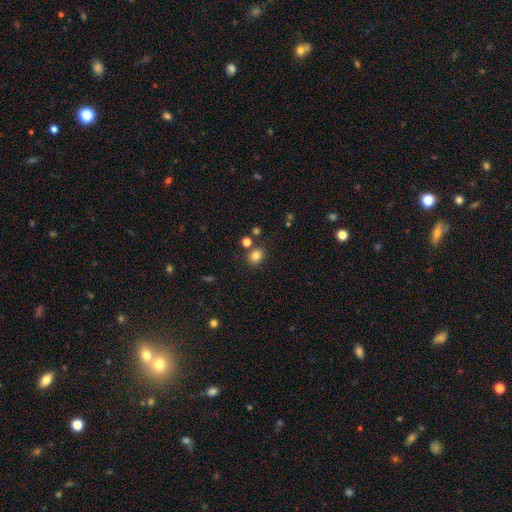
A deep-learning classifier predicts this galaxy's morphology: smooth 82%, star or artifact 13%, featured or disk 5%. Down the decision tree: how rounded — round (68%); merging — none (79%).